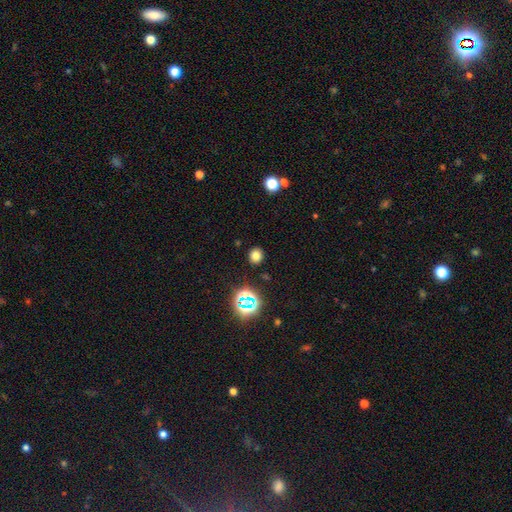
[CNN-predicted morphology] Q: Smooth or featured?
A: smooth (75%); runner-up: star or artifact (20%)
Q: How rounded?
A: round (81%); runner-up: in between (18%)
Q: Merging?
A: none (90%); runner-up: minor disturbance (6%)